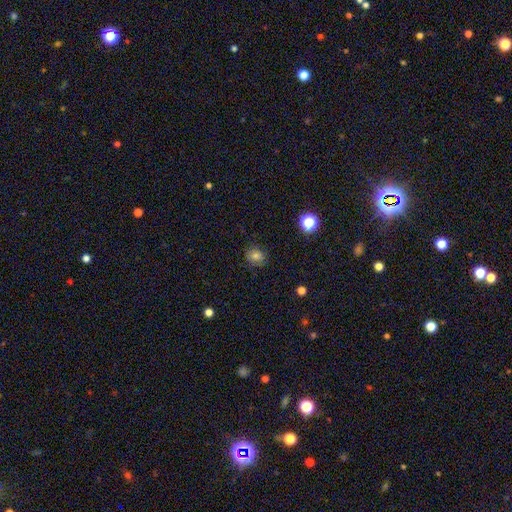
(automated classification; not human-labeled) smooth 78%, star or artifact 15%, featured or disk 7%. Down the decision tree: how rounded — round (67%); merging — none (85%).